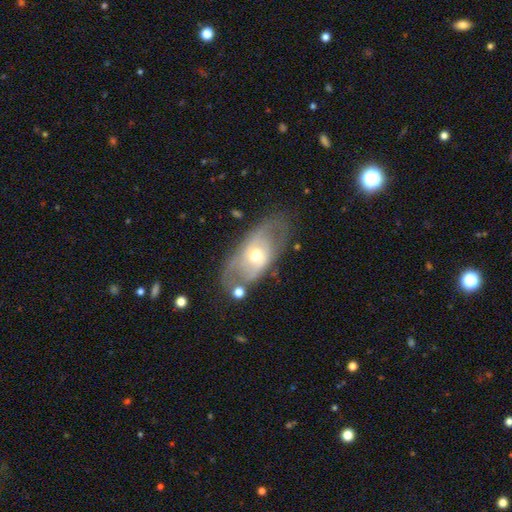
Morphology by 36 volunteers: Smooth or featured? featured or disk (81%)
Edge-on disk? no (97%)
Bar? no (57%)
Spiral arms? yes (54%)
Spiral winding? medium (40%)
Spiral arm count? 2 (73%)
Bulge size? moderate (61%)
Merging? none (63%)